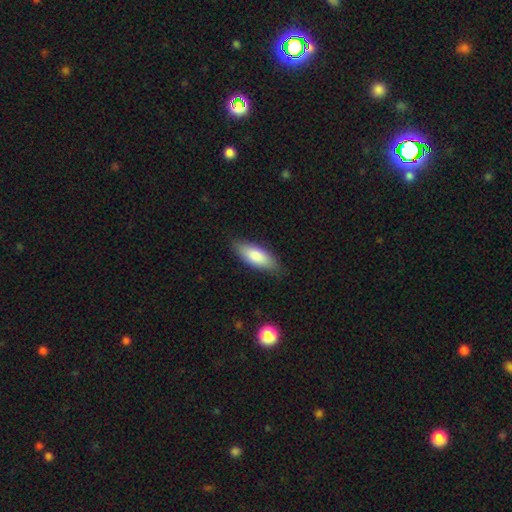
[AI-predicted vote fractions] Smooth or featured: smooth — 82% (featured or disk — 13%)
How rounded: in between — 78% (cigar-shaped — 20%)
Merging: none — 81% (minor disturbance — 15%)